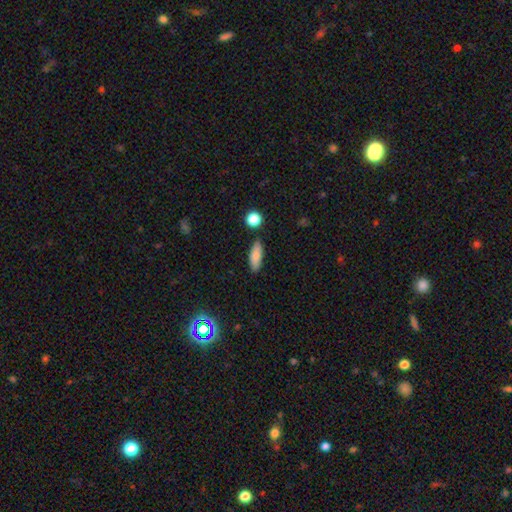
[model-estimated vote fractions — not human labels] The model was most divided on "how rounded": in between: 68%, cigar-shaped: 28%, round: 3%. More confident: merging — none (84%); smooth or featured — smooth (82%).